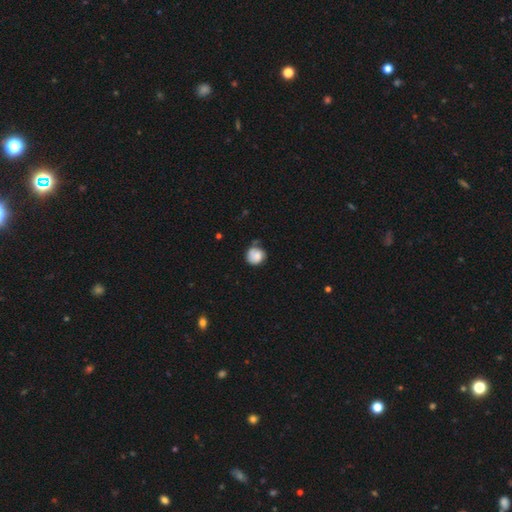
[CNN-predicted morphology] Smooth or featured? Predicted: smooth (p=0.71). How rounded? Predicted: round (p=0.85). Merging? Predicted: none (p=0.55).